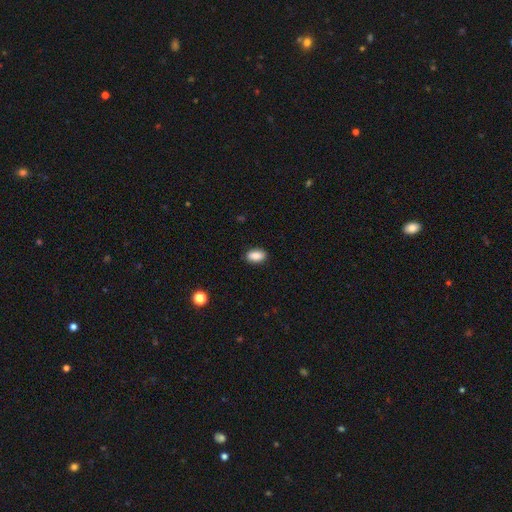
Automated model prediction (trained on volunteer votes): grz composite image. It shows a smooth galaxy with no disk features (85%) that is in between round and cigar-shaped (91%). Merging: none (88%).